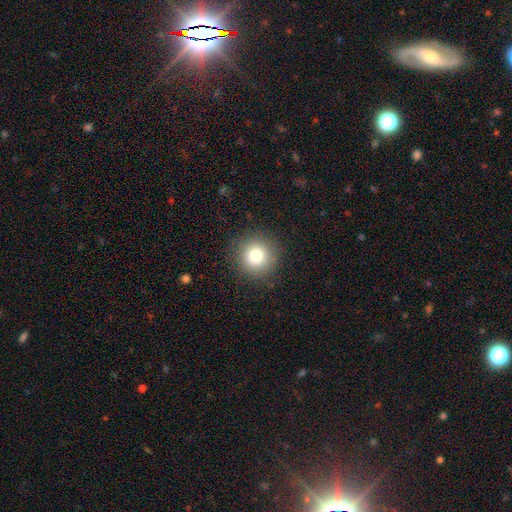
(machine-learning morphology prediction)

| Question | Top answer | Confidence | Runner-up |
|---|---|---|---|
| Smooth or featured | smooth | 80% | star or artifact (12%) |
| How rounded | round | 94% | in between (5%) |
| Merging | none | 90% | minor disturbance (7%) |